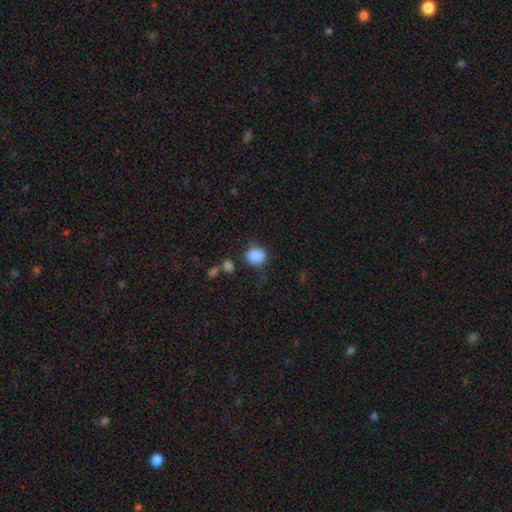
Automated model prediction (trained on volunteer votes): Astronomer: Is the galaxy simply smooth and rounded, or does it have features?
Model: smooth — 85%.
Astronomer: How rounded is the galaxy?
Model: round — 51% (runner-up: in between, 48%).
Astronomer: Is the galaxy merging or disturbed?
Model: none — 57%.